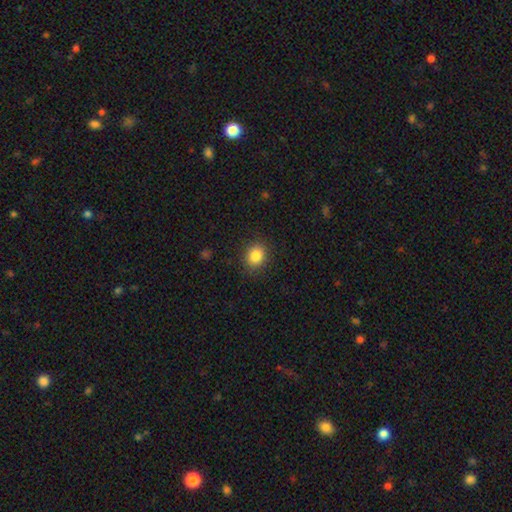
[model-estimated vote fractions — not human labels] This is clearly a smooth galaxy (85%). How rounded: possibly round (59%). Merging: clearly none (88%).